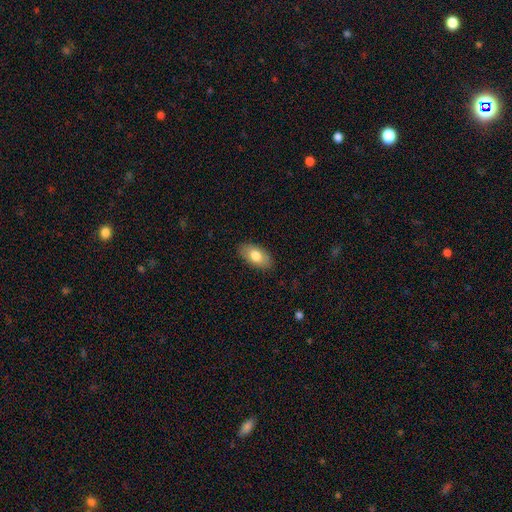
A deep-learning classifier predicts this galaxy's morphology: smooth 78%, featured or disk 16%, star or artifact 6%. Down the decision tree: how rounded — in between (93%); merging — none (87%).